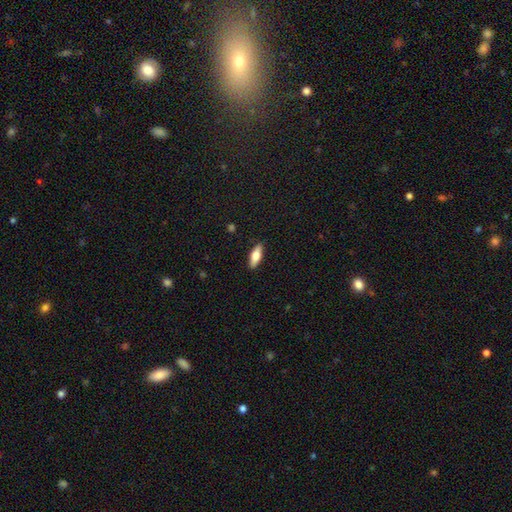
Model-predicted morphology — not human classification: The model was most divided on "how rounded": in between: 64%, cigar-shaped: 34%, round: 2%. More confident: merging — none (89%); smooth or featured — smooth (67%).